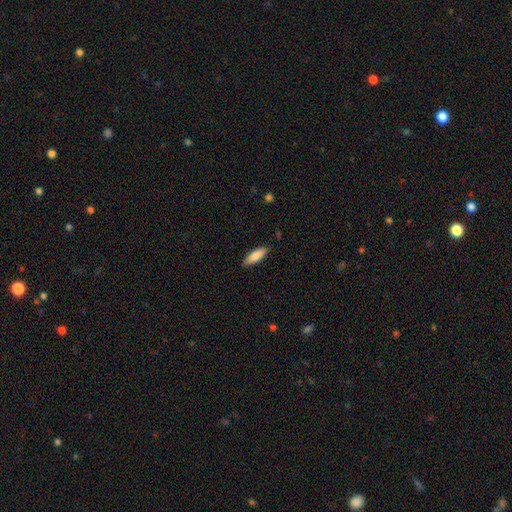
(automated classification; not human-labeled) A smooth galaxy with no disk features (83%) that is in between round and cigar-shaped (53%).

Vote fractions:
- Smooth or featured? smooth: 83% / featured or disk: 11% / star or artifact: 6%
- How rounded? in between: 53% / cigar-shaped: 46% / round: 2%
- Merging? none: 87% / minor disturbance: 10% / major disturbance: 2% / merger: 1%